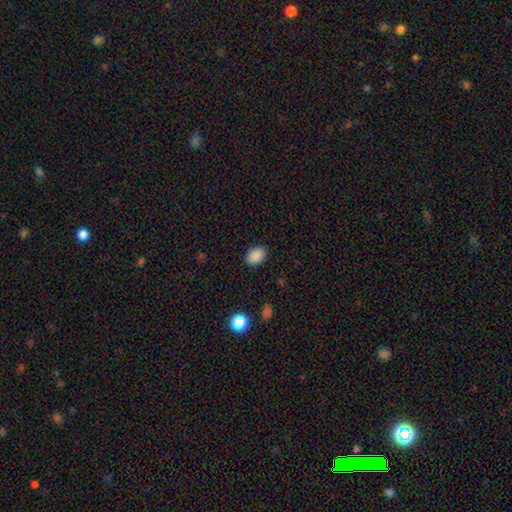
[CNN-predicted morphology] smooth_or_featured: smooth (p=0.89) [alt: star or artifact p=0.08]
how_rounded: in between (p=0.79) [alt: round p=0.20]
merging: none (p=0.88) [alt: minor disturbance p=0.08]